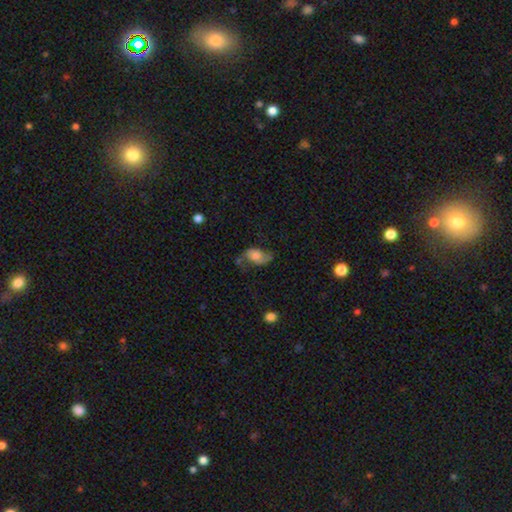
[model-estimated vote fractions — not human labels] A featured or disk galaxy (56%) with no bar (69%), spiral arms (85%) and a moderate central bulge (41%). Merging: none (50%).